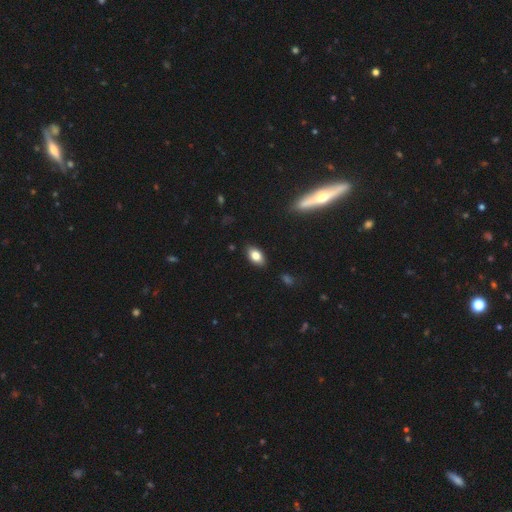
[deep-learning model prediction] Q: Smooth or featured?
A: smooth (79%); runner-up: featured or disk (13%)
Q: How rounded?
A: in between (89%); runner-up: round (7%)
Q: Merging?
A: none (87%); runner-up: minor disturbance (10%)